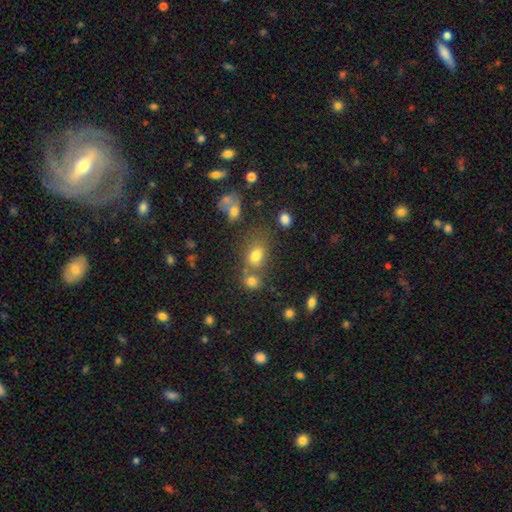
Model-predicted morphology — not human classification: smooth_or_featured: smooth (p=0.75) [alt: star or artifact p=0.15]
how_rounded: in between (p=0.67) [alt: round p=0.32]
merging: none (p=0.50) [alt: merger p=0.28]